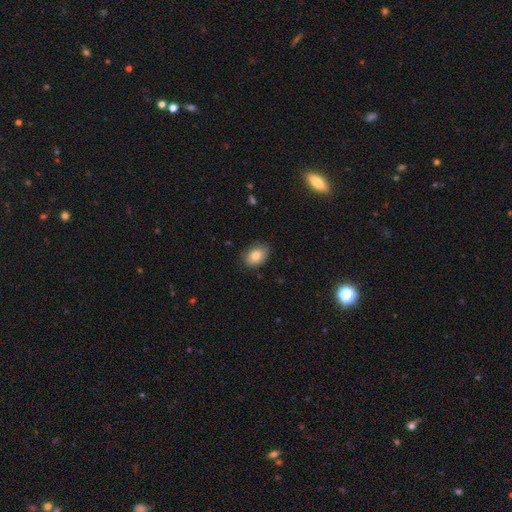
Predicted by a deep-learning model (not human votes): Smooth or featured?
  - smooth: 82% *
  - featured or disk: 10%
  - star or artifact: 8%
How rounded?
  - in between: 79% *
  - round: 20%
  - cigar-shaped: 1%
Merging?
  - none: 81% *
  - minor disturbance: 15%
  - major disturbance: 3%
  - merger: 1%